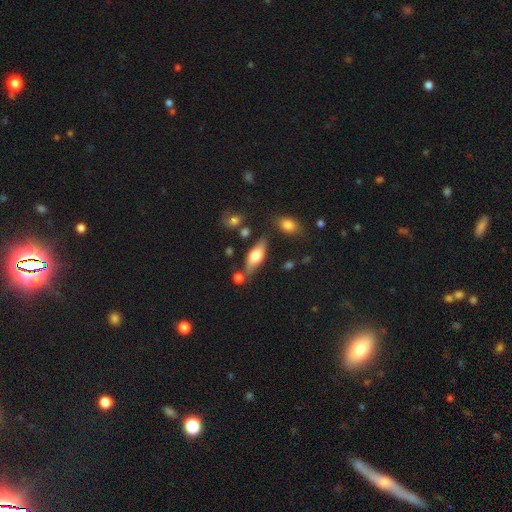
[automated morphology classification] smooth_or_featured: smooth (p=0.57) [alt: featured or disk p=0.36]
how_rounded: in between (p=0.64) [alt: cigar-shaped p=0.33]
merging: none (p=0.71) [alt: minor disturbance p=0.16]